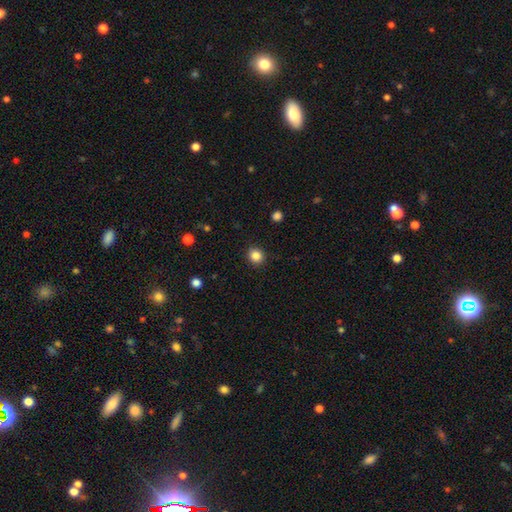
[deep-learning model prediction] This is clearly a smooth galaxy (85%). How rounded: clearly round (88%). Merging: clearly none (91%).